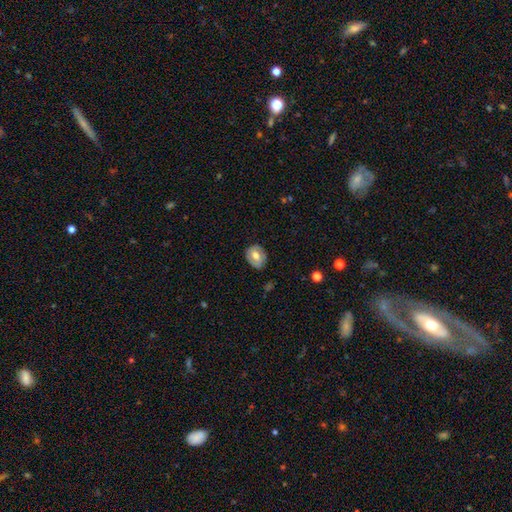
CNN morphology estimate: Smooth or featured?
  - smooth: 53% *
  - featured or disk: 40%
  - star or artifact: 7%
How rounded?
  - in between: 58% *
  - round: 41%
  - cigar-shaped: 1%
Merging?
  - none: 79% *
  - minor disturbance: 16%
  - major disturbance: 4%
  - merger: 1%